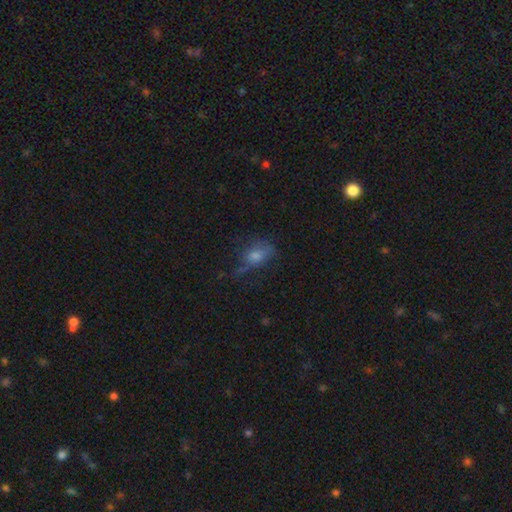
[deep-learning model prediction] Overall: smooth (59%; featured or disk 22%). How rounded: in between (69%). Merging: none (48%; minor disturbance 27%).